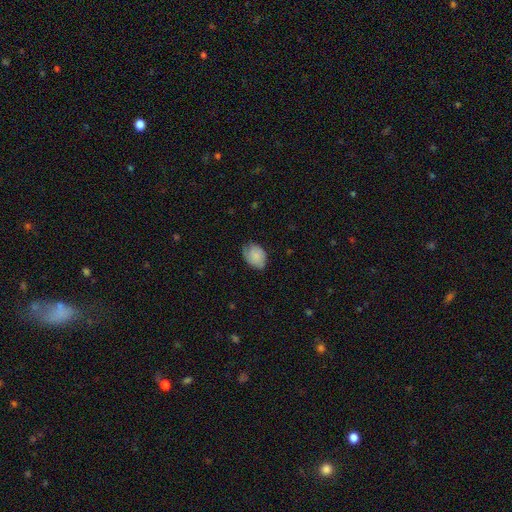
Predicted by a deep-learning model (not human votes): Q: Smooth or featured?
A: smooth (80%); runner-up: featured or disk (13%)
Q: How rounded?
A: in between (73%); runner-up: round (26%)
Q: Merging?
A: none (61%); runner-up: minor disturbance (31%)